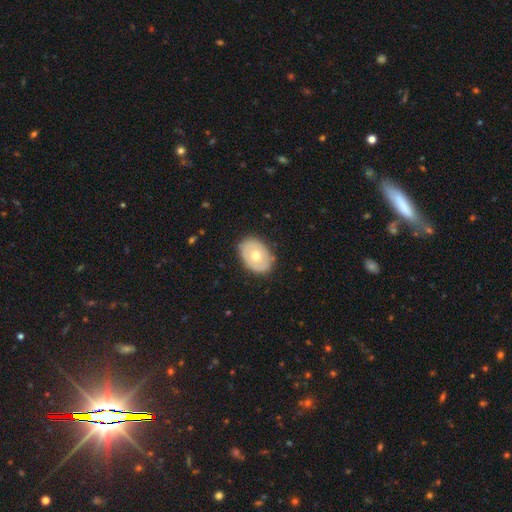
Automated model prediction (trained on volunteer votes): Smooth or featured?
  - smooth: 53% *
  - featured or disk: 41%
  - star or artifact: 6%
How rounded?
  - in between: 75% *
  - round: 24%
  - cigar-shaped: 1%
Merging?
  - none: 84% *
  - minor disturbance: 12%
  - major disturbance: 3%
  - merger: 1%